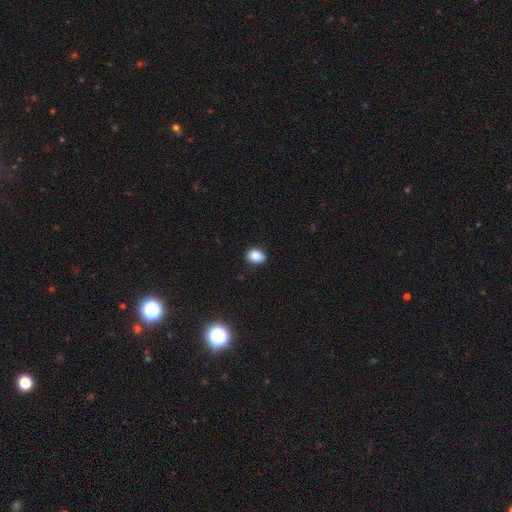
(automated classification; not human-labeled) smooth_or_featured: smooth (p=0.88) [alt: star or artifact p=0.09]
how_rounded: in between (p=0.66) [alt: round p=0.33]
merging: none (p=0.82) [alt: minor disturbance p=0.14]